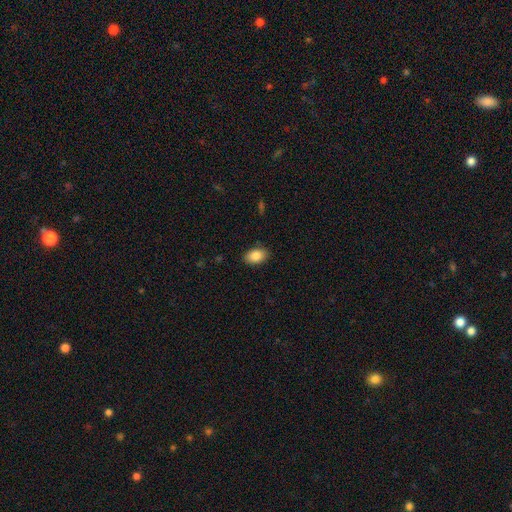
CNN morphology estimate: Smooth or featured? smooth (87%)
How rounded? in between (88%)
Merging? none (88%)